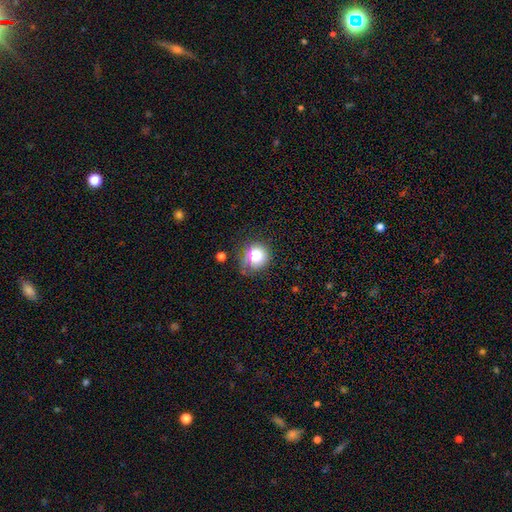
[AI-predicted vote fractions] Morphology: type=smooth (82%); roundness=round (85%); merging=none (64%).